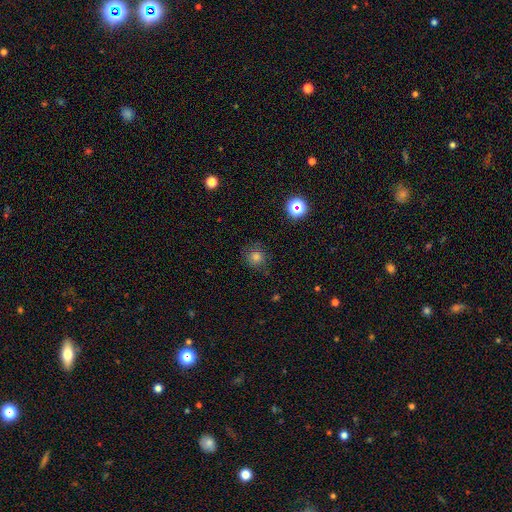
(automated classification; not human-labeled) smooth 74%, star or artifact 19%, featured or disk 8%. Down the decision tree: how rounded — round (92%); merging — none (83%).